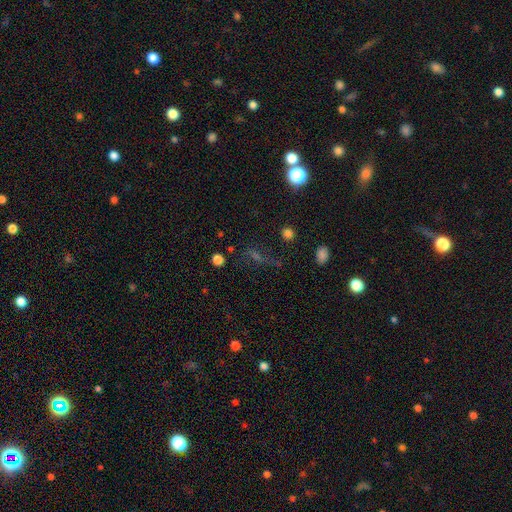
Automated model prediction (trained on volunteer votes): The model was most divided on "smooth or featured": star or artifact: 43%, smooth: 30%, featured or disk: 27%.